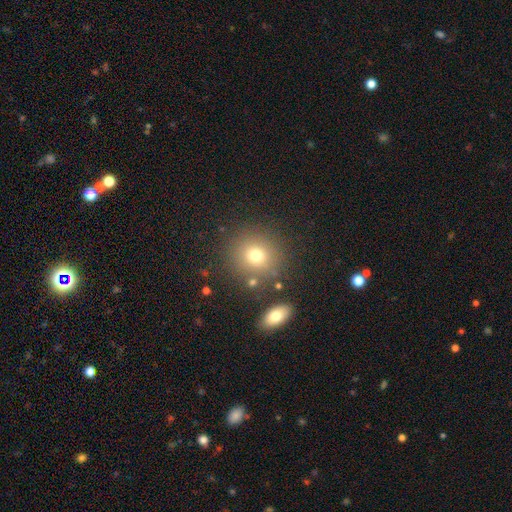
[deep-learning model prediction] Smooth or featured? Predicted: smooth (p=0.75). How rounded? Predicted: round (p=0.88). Merging? Predicted: none (p=0.80).